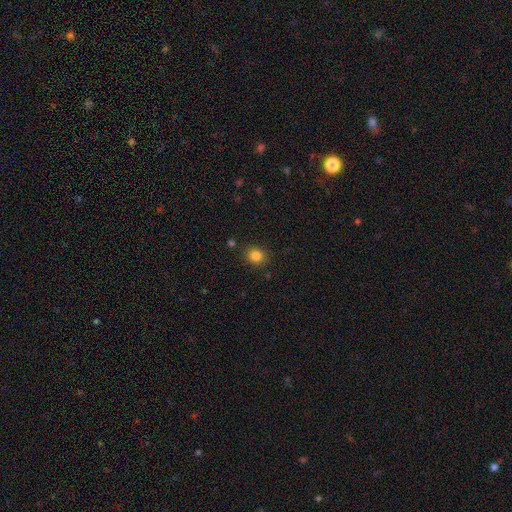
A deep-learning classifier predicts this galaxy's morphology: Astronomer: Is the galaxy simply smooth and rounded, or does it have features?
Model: smooth — 83%.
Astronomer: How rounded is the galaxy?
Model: round — 76%.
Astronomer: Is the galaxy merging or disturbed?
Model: none — 87%.